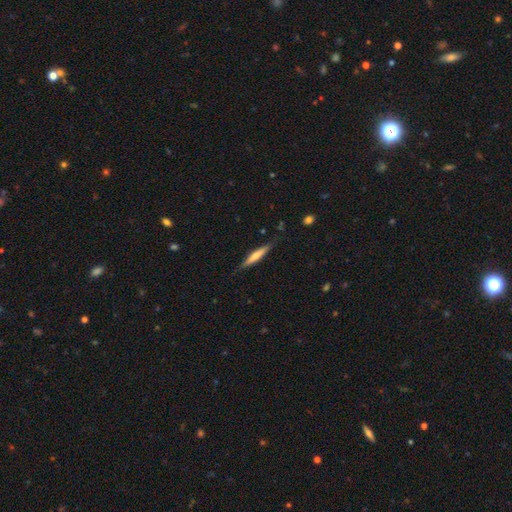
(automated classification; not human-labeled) A smooth galaxy with no disk features (49%).

Vote fractions:
- Smooth or featured? smooth: 49% / featured or disk: 45% / star or artifact: 6%
- Merging? none: 82% / minor disturbance: 14% / major disturbance: 3% / merger: 1%